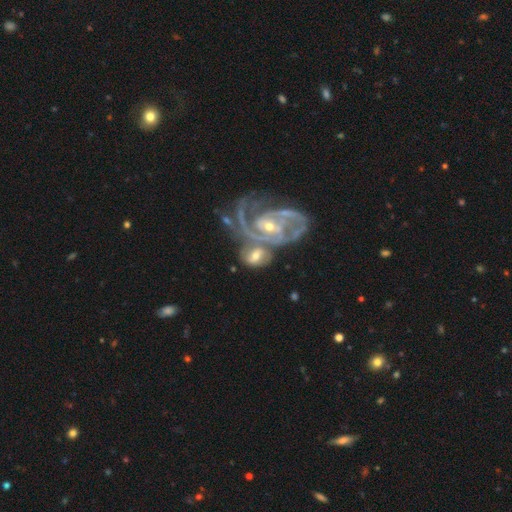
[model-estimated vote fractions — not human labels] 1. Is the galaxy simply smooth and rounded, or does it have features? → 70% featured or disk, 24% smooth, 7% star or artifact.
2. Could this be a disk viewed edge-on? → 96% no, 4% yes.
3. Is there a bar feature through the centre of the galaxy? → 46% no, 36% weak, 18% strong.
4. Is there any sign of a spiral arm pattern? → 87% yes, 13% no.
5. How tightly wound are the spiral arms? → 46% tight, 42% medium, 12% loose.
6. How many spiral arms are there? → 50% 2, 21% can't tell, 16% 3, 6% 1, 4% 4, 4% more than 4.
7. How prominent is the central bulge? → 53% moderate, 39% small, 5% large, 2% none, 1% dominant.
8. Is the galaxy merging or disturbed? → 48% merger, 26% none, 14% minor disturbance, 12% major disturbance.